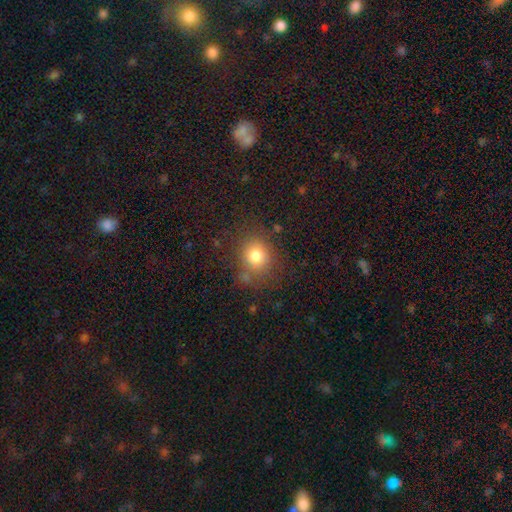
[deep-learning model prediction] The model was most divided on "how rounded": round: 76%, in between: 24%, cigar-shaped: 1%. More confident: smooth or featured — smooth (79%); merging — none (75%).